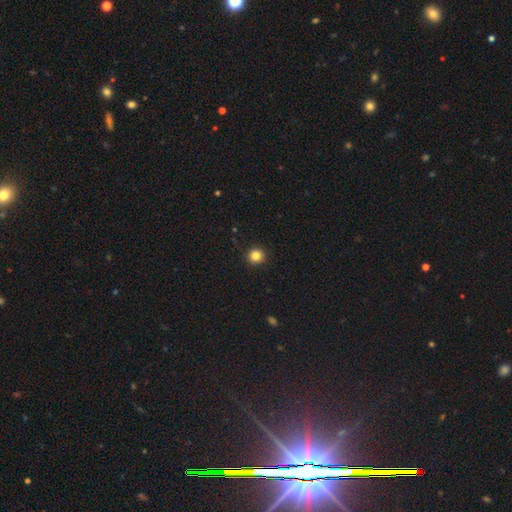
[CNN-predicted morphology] Smooth or featured: smooth — 84% (star or artifact — 12%)
How rounded: round — 94% (in between — 5%)
Merging: none — 93% (minor disturbance — 5%)